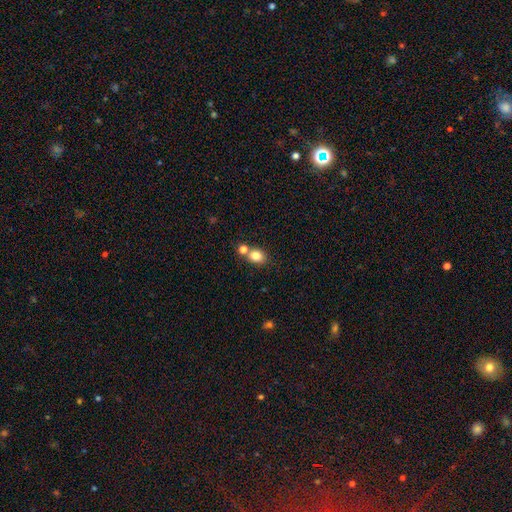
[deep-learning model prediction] Overall: smooth (81%). How rounded: round (50%; in between 49%). Merging: none (58%; merger 29%).